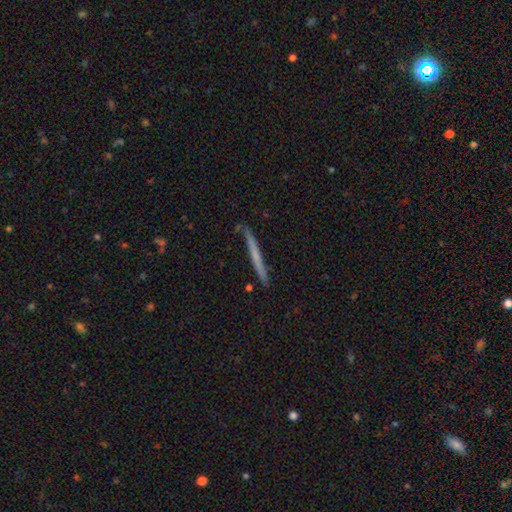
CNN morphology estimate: Smooth or featured? Predicted: smooth (p=0.48). Merging? Predicted: none (p=0.85).